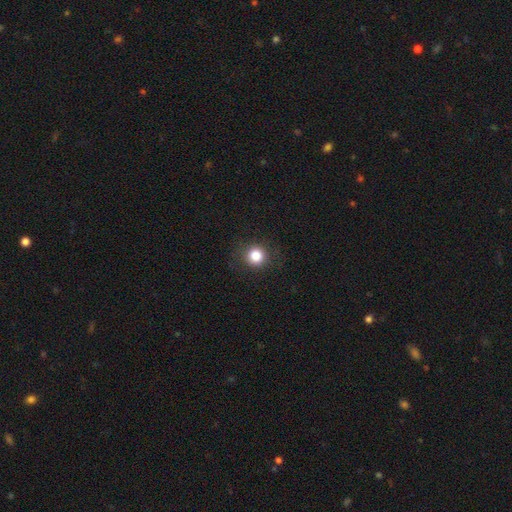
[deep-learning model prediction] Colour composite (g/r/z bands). It shows a smooth galaxy with no disk features (85%) that is round (90%). Merging: none (88%).